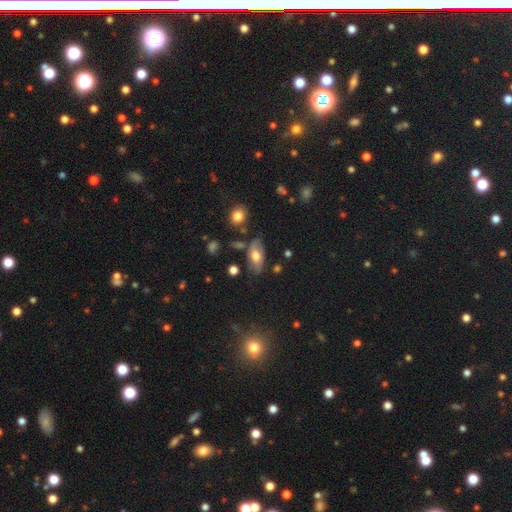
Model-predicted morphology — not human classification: This is likely a smooth galaxy (60%). How rounded: clearly in between (90%). Merging: likely none (68%).